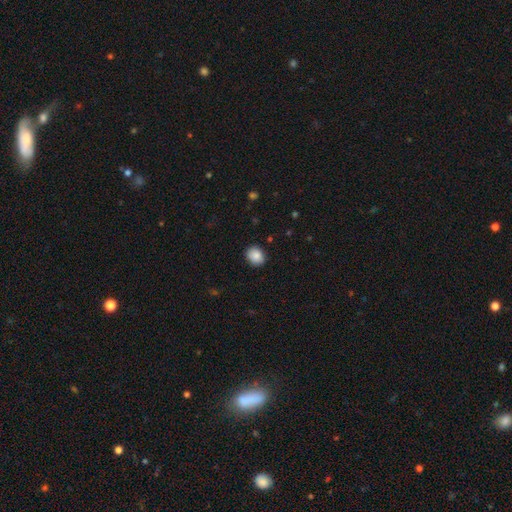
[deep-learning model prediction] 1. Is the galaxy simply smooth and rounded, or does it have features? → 87% smooth, 8% star or artifact, 5% featured or disk.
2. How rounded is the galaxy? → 70% round, 29% in between, 1% cigar-shaped.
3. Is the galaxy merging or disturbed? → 88% none, 9% minor disturbance, 2% major disturbance, 1% merger.